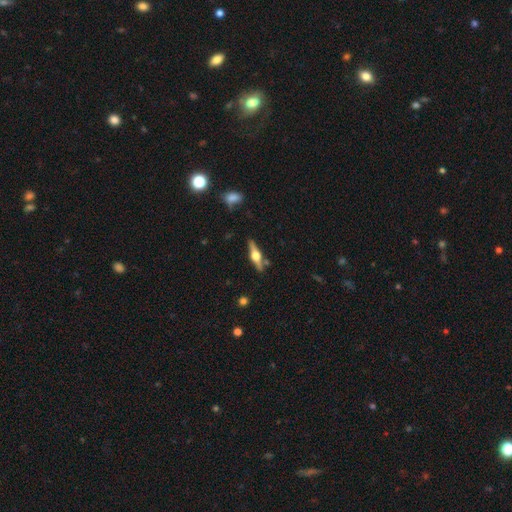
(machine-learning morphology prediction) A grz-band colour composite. It shows a featured or disk galaxy (72%) viewed edge-on (96%) with a rounded central bulge (94%). Merging: none (83%).